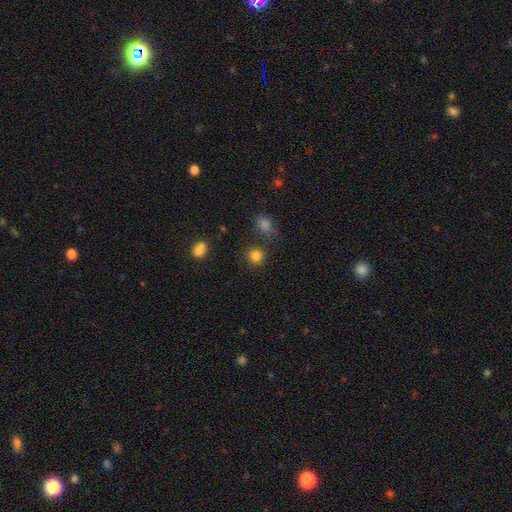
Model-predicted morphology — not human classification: The model was most divided on "merging": none: 77%, minor disturbance: 10%, merger: 9%, major disturbance: 4%. More confident: how rounded — round (89%); smooth or featured — smooth (82%).